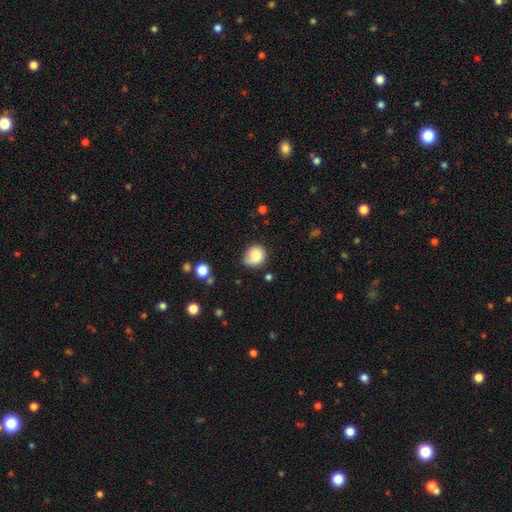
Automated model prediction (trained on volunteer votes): smooth-or-featured: smooth: 81% | featured or disk: 11% | star or artifact: 8%
  how-rounded: round: 77% | in between: 22% | cigar-shaped: 1%
  merging: none: 59% | minor disturbance: 29% | major disturbance: 8% | merger: 4%